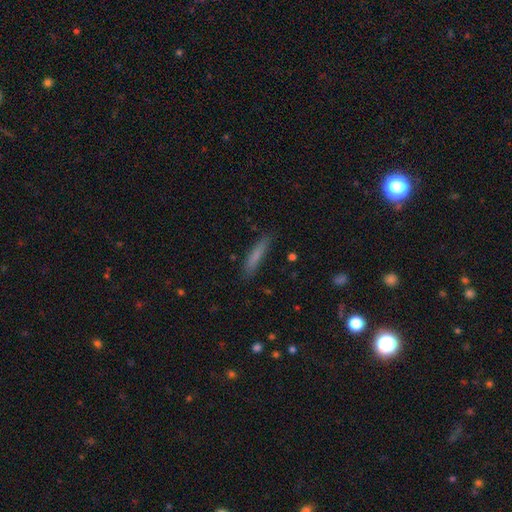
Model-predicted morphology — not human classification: Smooth or featured: smooth — 77% (featured or disk — 15%)
How rounded: cigar-shaped — 89% (in between — 9%)
Merging: none — 84% (minor disturbance — 11%)